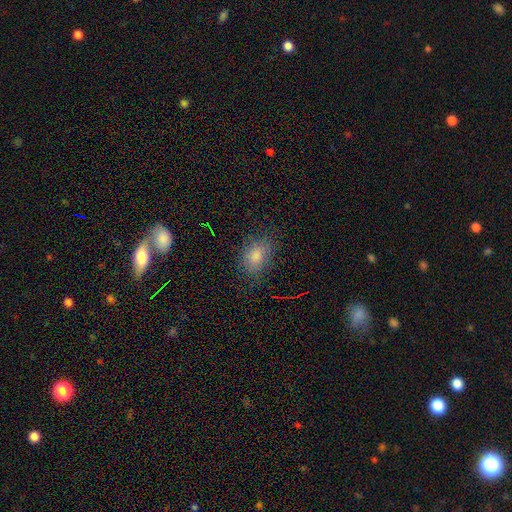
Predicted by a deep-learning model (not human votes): Overall: smooth (79%). How rounded: in between (72%). Merging: none (78%).